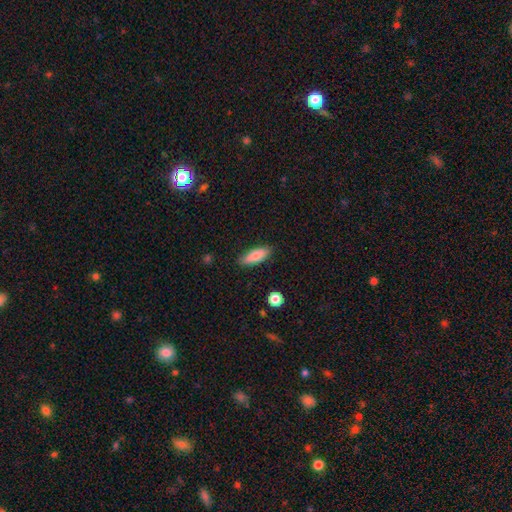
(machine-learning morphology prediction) Q: Smooth or featured?
A: smooth (79%); runner-up: featured or disk (14%)
Q: How rounded?
A: in between (64%); runner-up: cigar-shaped (34%)
Q: Merging?
A: none (85%); runner-up: minor disturbance (11%)